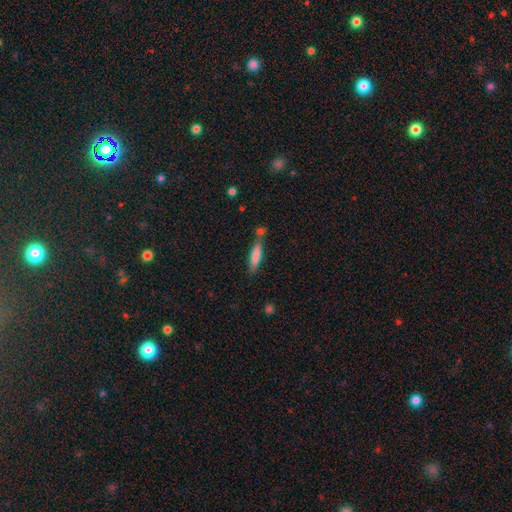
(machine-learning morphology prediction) smooth 75%, featured or disk 19%, star or artifact 6%. Down the decision tree: how rounded — cigar-shaped (82%); merging — none (68%).